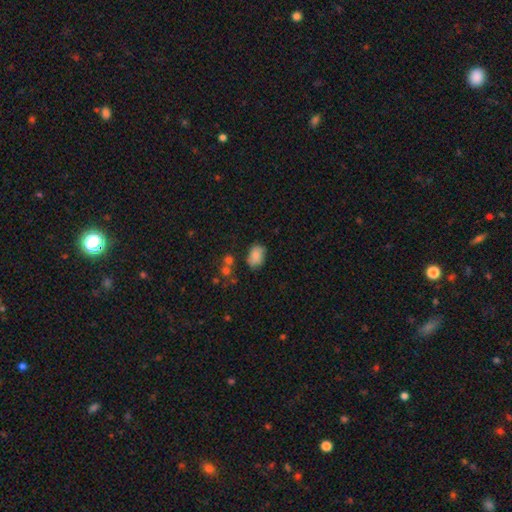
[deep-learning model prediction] Morphology: type=smooth (82%); roundness=in between (81%); merging=none (69%).